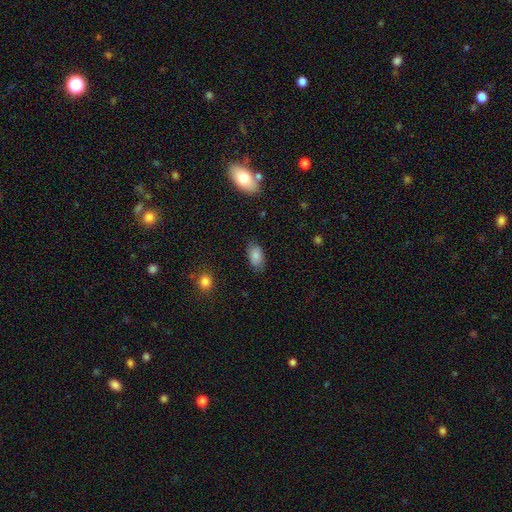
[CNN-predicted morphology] smooth 83%, featured or disk 8%, star or artifact 8%. Down the decision tree: how rounded — in between (92%); merging — none (80%).